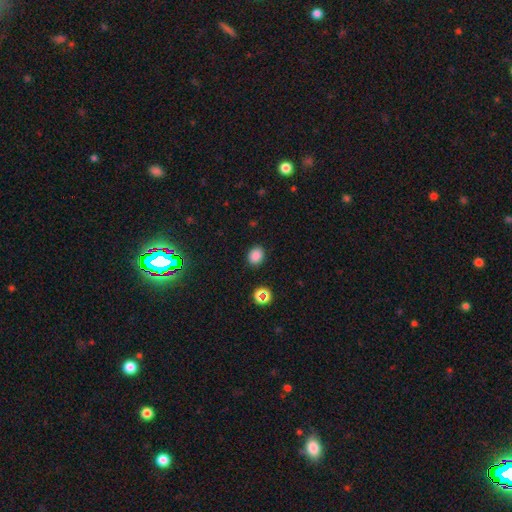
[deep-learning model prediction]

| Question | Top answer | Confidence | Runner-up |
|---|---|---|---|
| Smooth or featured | smooth | 84% | star or artifact (13%) |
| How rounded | round | 61% | in between (38%) |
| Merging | none | 89% | minor disturbance (7%) |